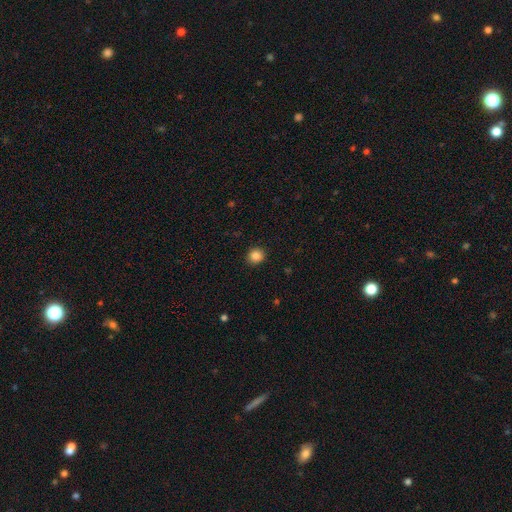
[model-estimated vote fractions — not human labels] Q: Smooth or featured?
A: smooth (86%); runner-up: star or artifact (10%)
Q: How rounded?
A: round (89%); runner-up: in between (10%)
Q: Merging?
A: none (92%); runner-up: minor disturbance (5%)